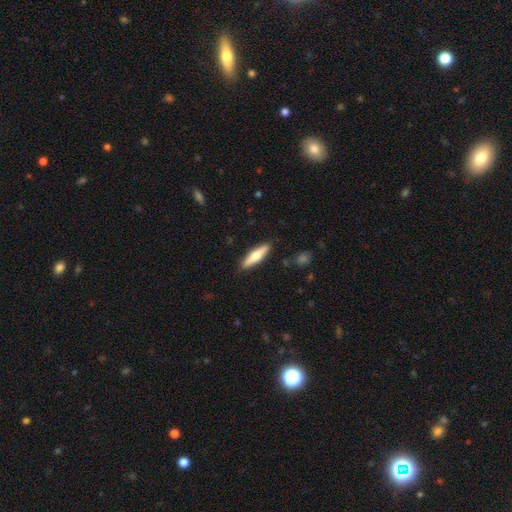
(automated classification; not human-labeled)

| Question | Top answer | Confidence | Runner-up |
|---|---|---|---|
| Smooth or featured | smooth | 60% | featured or disk (35%) |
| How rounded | cigar-shaped | 72% | in between (26%) |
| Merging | none | 89% | minor disturbance (8%) |